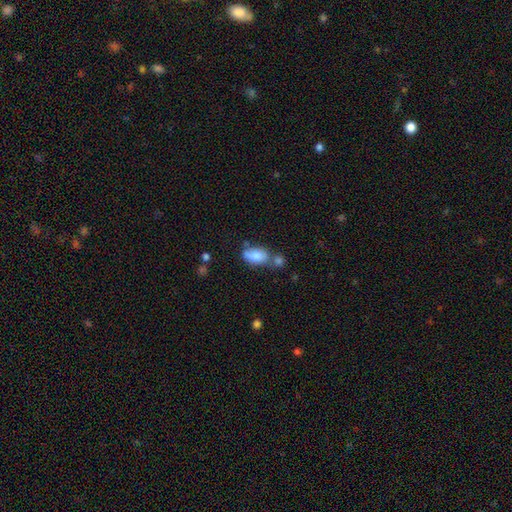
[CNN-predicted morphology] A smooth galaxy with no disk features (80%) that is in between round and cigar-shaped (89%).

Vote fractions:
- Smooth or featured? smooth: 80% / featured or disk: 13% / star or artifact: 8%
- How rounded? in between: 89% / round: 7% / cigar-shaped: 4%
- Merging? none: 43% / merger: 31% / minor disturbance: 19% / major disturbance: 7%